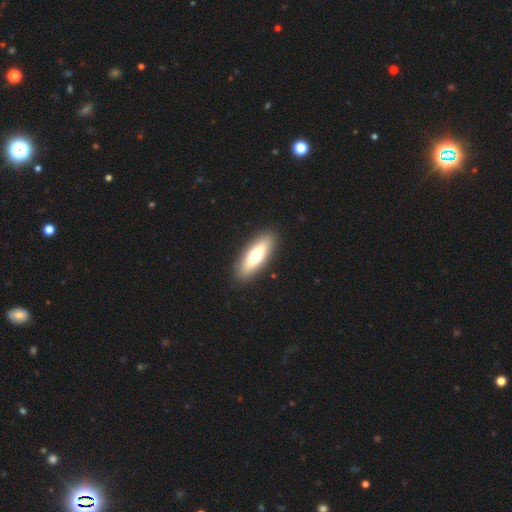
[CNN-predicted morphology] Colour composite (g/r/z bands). It shows a smooth galaxy with no disk features (58%) that is in between round and cigar-shaped (52%). Merging: none (91%).